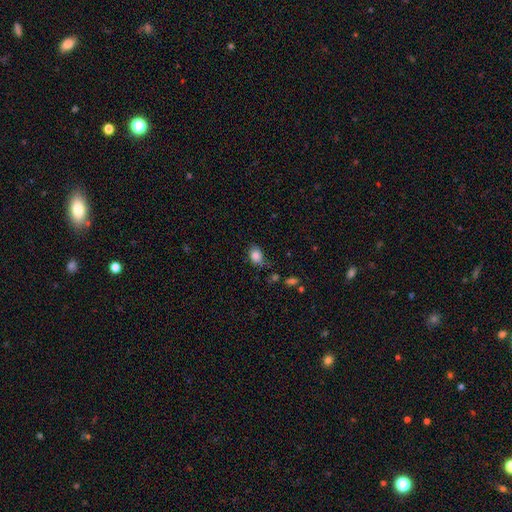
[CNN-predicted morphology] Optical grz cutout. It shows a smooth galaxy with no disk features (85%) that is in between round and cigar-shaped (74%). Merging: none (66%).